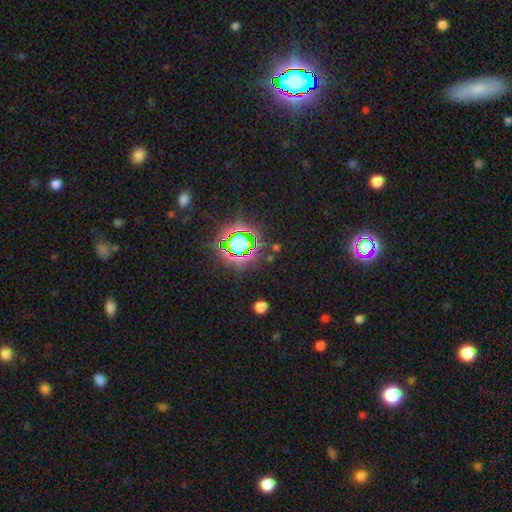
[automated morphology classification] type=star or artifact (82%).